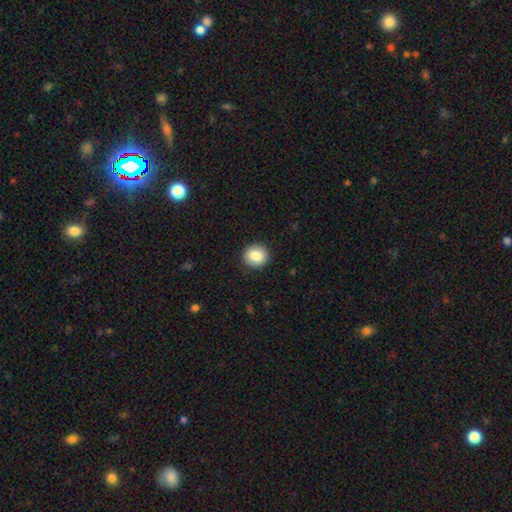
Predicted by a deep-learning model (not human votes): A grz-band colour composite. It shows a smooth galaxy with no disk features (86%) that is round (90%). Merging: none (91%).